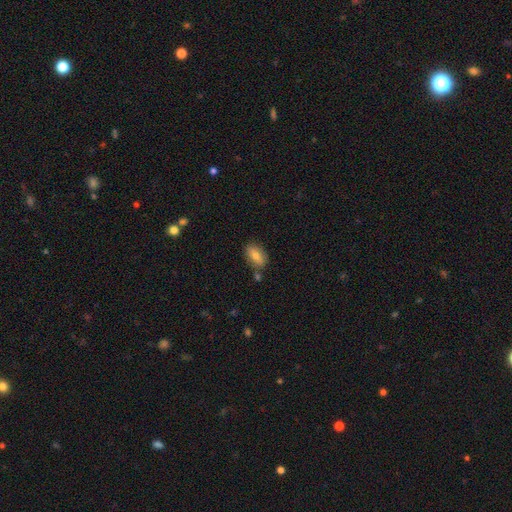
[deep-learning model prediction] A smooth galaxy with no disk features (75%) that is in between round and cigar-shaped (88%).

Vote fractions:
- Smooth or featured? smooth: 75% / featured or disk: 17% / star or artifact: 8%
- How rounded? in between: 88% / round: 8% / cigar-shaped: 4%
- Merging? none: 75% / minor disturbance: 14% / merger: 8% / major disturbance: 3%